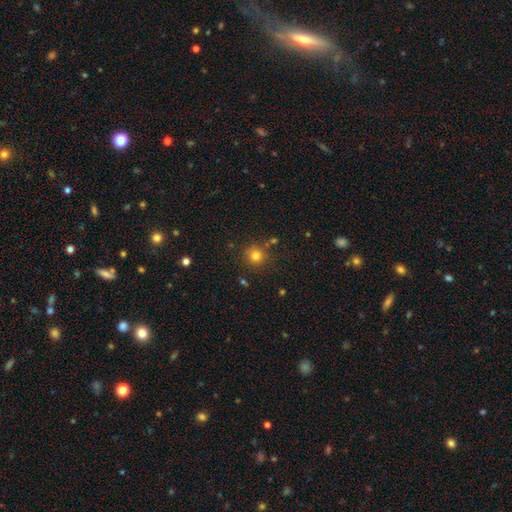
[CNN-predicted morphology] Overall: smooth (79%). How rounded: round (92%). Merging: none (83%).